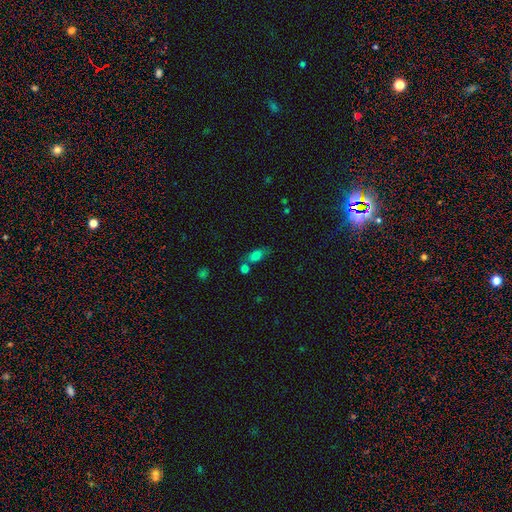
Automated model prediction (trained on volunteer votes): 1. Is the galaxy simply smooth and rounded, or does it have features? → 75% smooth, 13% star or artifact, 12% featured or disk.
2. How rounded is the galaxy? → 77% in between, 12% cigar-shaped, 11% round.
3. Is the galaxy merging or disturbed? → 50% none, 25% merger, 18% minor disturbance, 8% major disturbance.